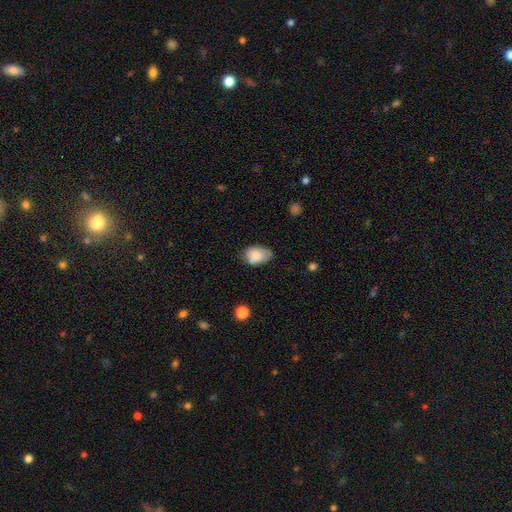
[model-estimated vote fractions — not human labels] A smooth galaxy with no disk features (78%) that is in between round and cigar-shaped (86%). Merging: none (52%).